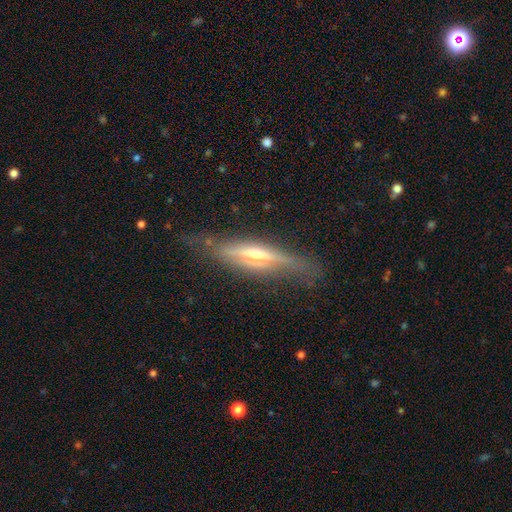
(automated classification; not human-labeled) Q: Smooth or featured?
A: featured or disk (74%); runner-up: smooth (20%)
Q: Edge-on disk?
A: yes (92%); runner-up: no (8%)
Q: Edge-on bulge?
A: rounded (73%); runner-up: none (13%)
Q: Merging?
A: none (72%); runner-up: minor disturbance (19%)